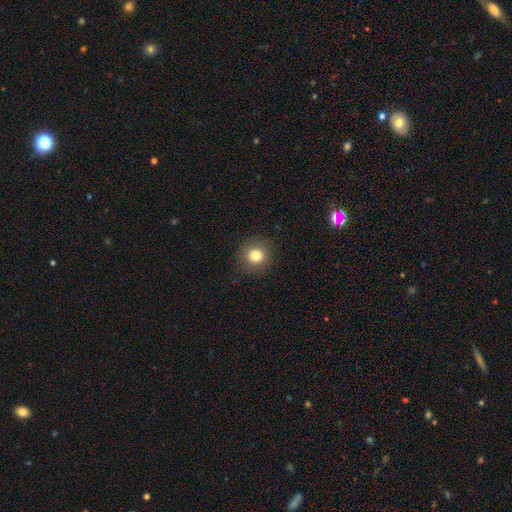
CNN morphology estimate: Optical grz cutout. It shows a smooth galaxy with no disk features (80%) that is round (89%). Merging: none (89%).